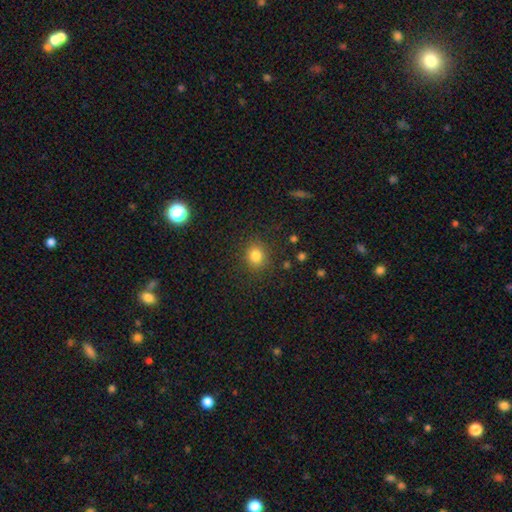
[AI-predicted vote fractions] Morphology: type=smooth (81%); roundness=round (81%); merging=none (87%).